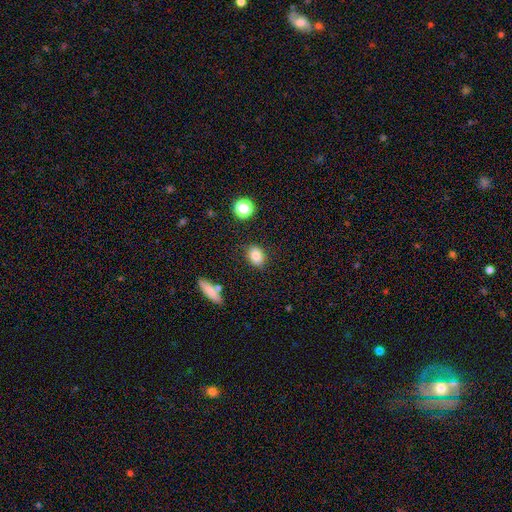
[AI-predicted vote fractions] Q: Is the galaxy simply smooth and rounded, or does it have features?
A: smooth — 81%.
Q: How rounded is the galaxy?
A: in between — 66%.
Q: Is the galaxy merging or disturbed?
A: none — 83%.